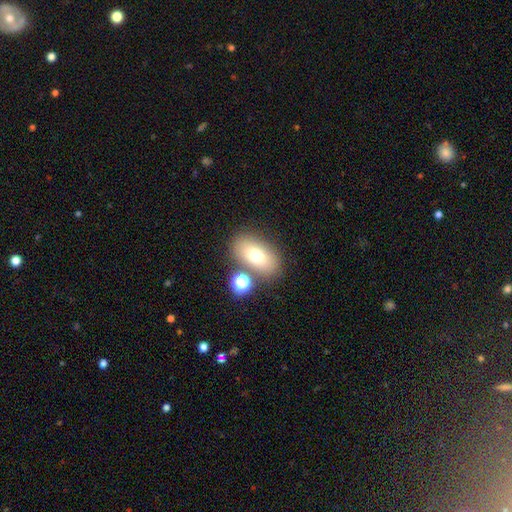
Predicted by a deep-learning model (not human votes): Q: Smooth or featured?
A: smooth (74%); runner-up: featured or disk (15%)
Q: How rounded?
A: in between (88%); runner-up: round (10%)
Q: Merging?
A: none (74%); runner-up: merger (12%)